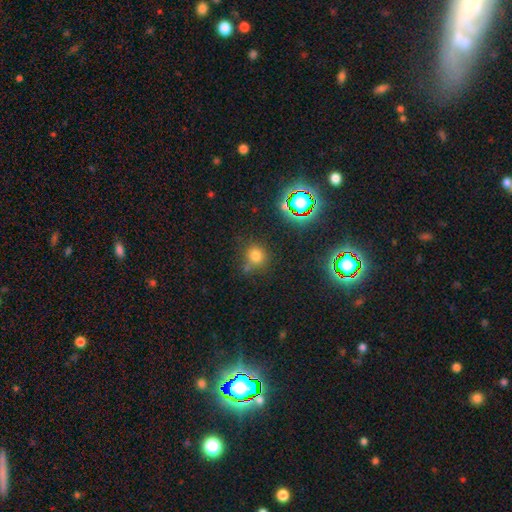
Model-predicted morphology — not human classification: type=smooth (70%); roundness=round (85%); merging=none (67%).